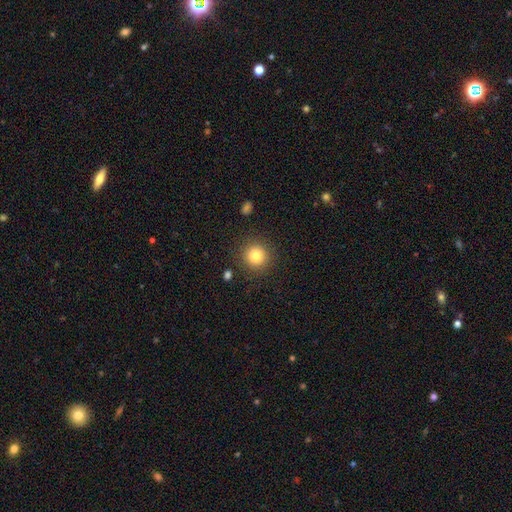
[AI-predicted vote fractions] smooth_or_featured: smooth (p=0.81) [alt: star or artifact p=0.11]
how_rounded: round (p=0.94) [alt: in between p=0.05]
merging: none (p=0.89) [alt: minor disturbance p=0.07]